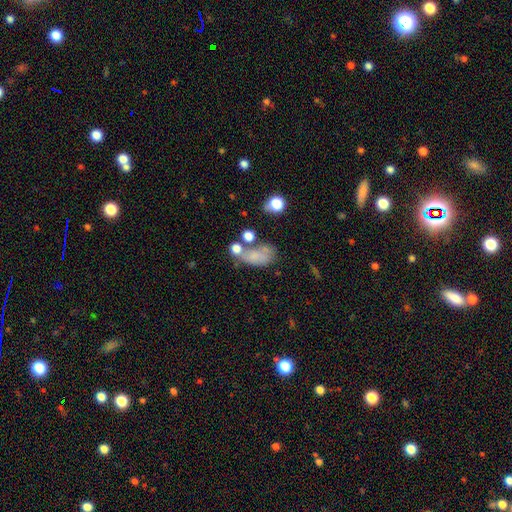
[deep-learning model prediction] Smooth or featured? smooth (60%)
How rounded? in between (84%)
Merging? merger (28%, tied with none)